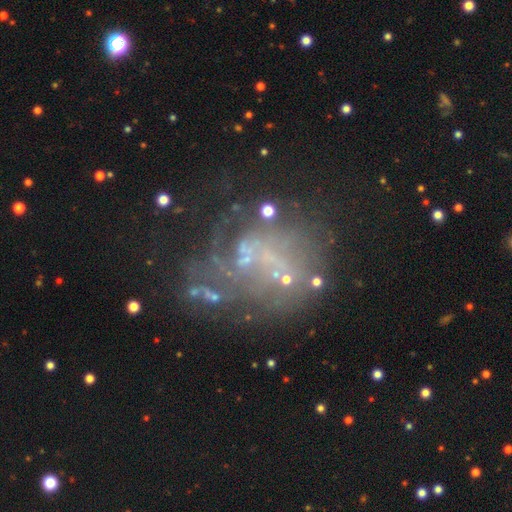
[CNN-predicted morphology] This is likely a featured or disk galaxy (62%). It is clearly not viewed edge-on (98%). Bar: clearly no (82%). Spiral arm pattern: likely no (63%). Central bulge: likely none (70%). Merging: marginally none (44%).